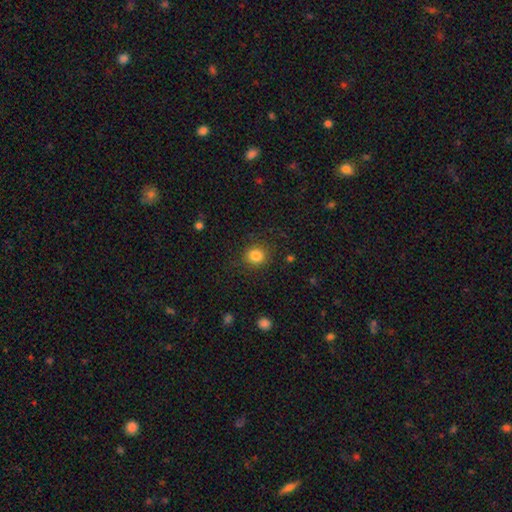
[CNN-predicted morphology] This appears to be a smooth galaxy with no disk features (84%) that is round (79%). Merging: none (87%).